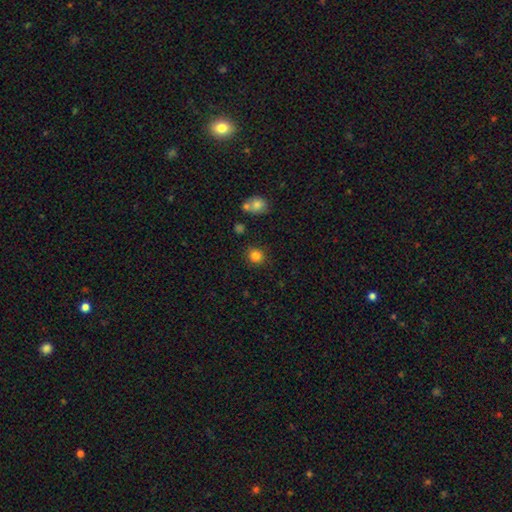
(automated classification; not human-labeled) Q: Smooth or featured?
A: smooth (84%); runner-up: star or artifact (12%)
Q: How rounded?
A: round (82%); runner-up: in between (17%)
Q: Merging?
A: none (83%); runner-up: minor disturbance (10%)